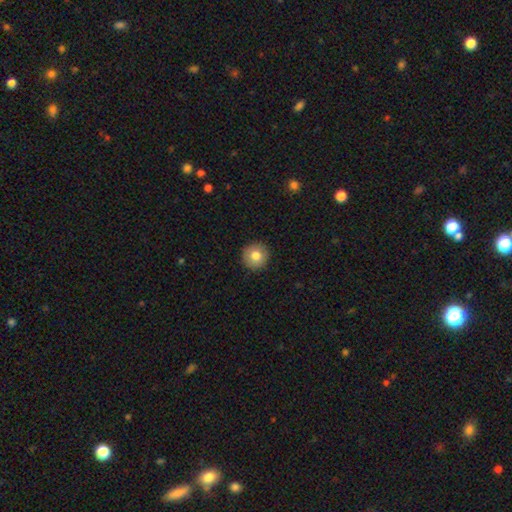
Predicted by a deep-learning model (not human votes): Smooth or featured?
  - smooth: 80% *
  - featured or disk: 12%
  - star or artifact: 9%
How rounded?
  - round: 95% *
  - in between: 4%
  - cigar-shaped: 1%
Merging?
  - none: 92% *
  - minor disturbance: 6%
  - major disturbance: 2%
  - merger: 1%